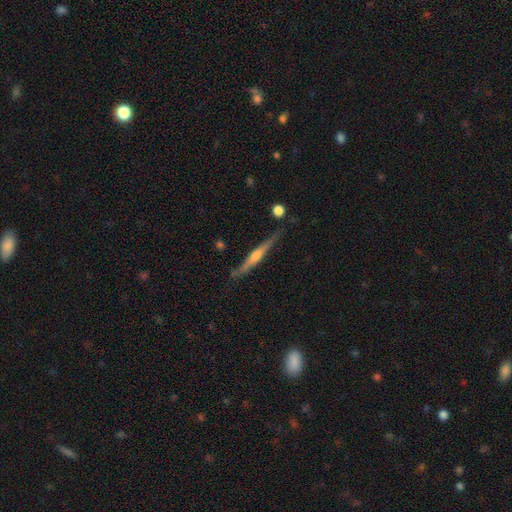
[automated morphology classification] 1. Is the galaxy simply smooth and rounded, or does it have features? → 75% featured or disk, 19% smooth, 6% star or artifact.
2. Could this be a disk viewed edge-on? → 98% yes, 2% no.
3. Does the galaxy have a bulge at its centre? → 78% rounded, 14% none, 8% boxy.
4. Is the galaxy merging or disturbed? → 82% none, 13% minor disturbance, 3% merger, 2% major disturbance.